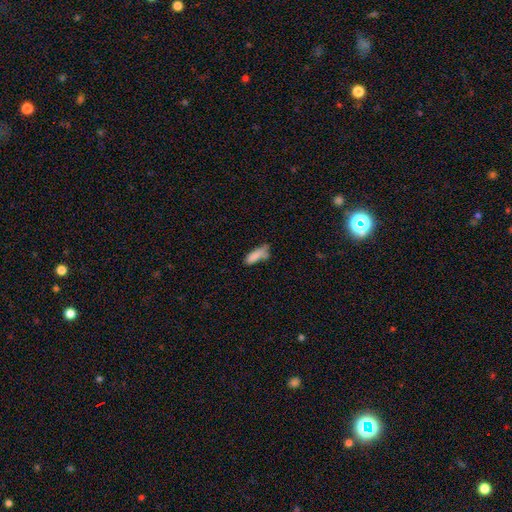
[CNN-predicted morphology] A smooth galaxy with no disk features (83%) that is in between round and cigar-shaped (56%).

Vote fractions:
- Smooth or featured? smooth: 83% / featured or disk: 9% / star or artifact: 8%
- How rounded? in between: 56% / cigar-shaped: 42% / round: 2%
- Merging? none: 47% / minor disturbance: 31% / major disturbance: 11% / merger: 10%